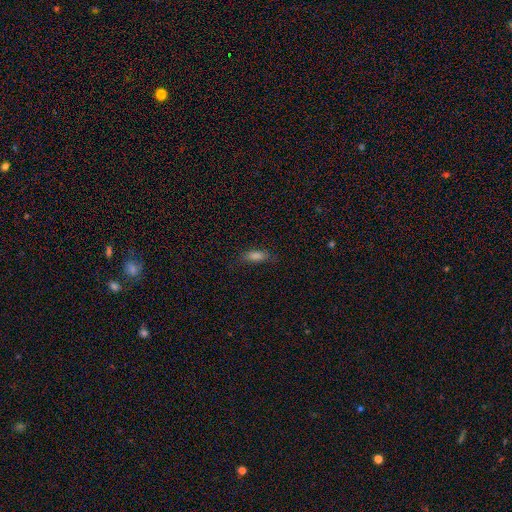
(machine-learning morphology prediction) Q: Smooth or featured?
A: smooth (76%); runner-up: star or artifact (13%)
Q: How rounded?
A: in between (65%); runner-up: cigar-shaped (31%)
Q: Merging?
A: none (73%); runner-up: minor disturbance (20%)